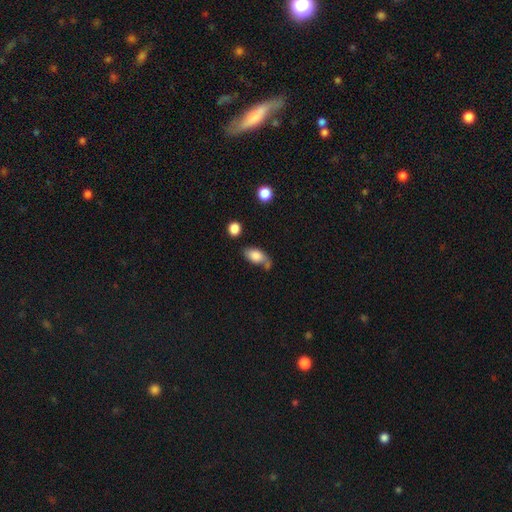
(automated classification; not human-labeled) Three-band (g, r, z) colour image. It shows a smooth galaxy with no disk features (80%) that is in between round and cigar-shaped (90%). Merging: none (47%).